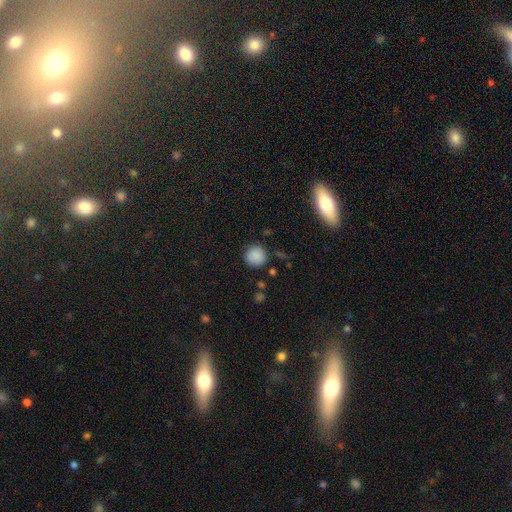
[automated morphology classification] Smooth or featured?
  - smooth: 87% *
  - star or artifact: 9%
  - featured or disk: 4%
How rounded?
  - round: 93% *
  - in between: 6%
  - cigar-shaped: 1%
Merging?
  - none: 85% *
  - minor disturbance: 10%
  - major disturbance: 3%
  - merger: 2%